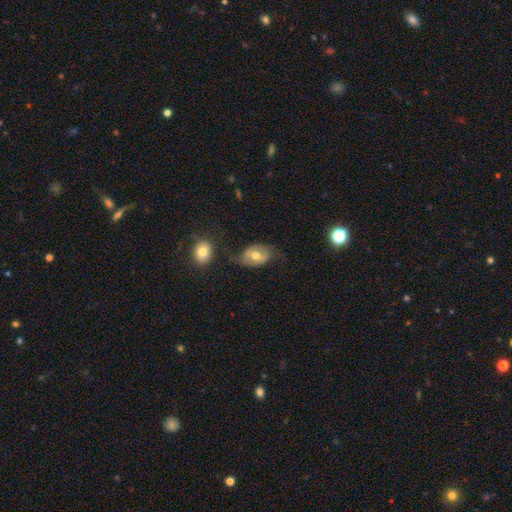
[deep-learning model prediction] This is possibly a smooth galaxy (50%). Merging: possibly none (55%).